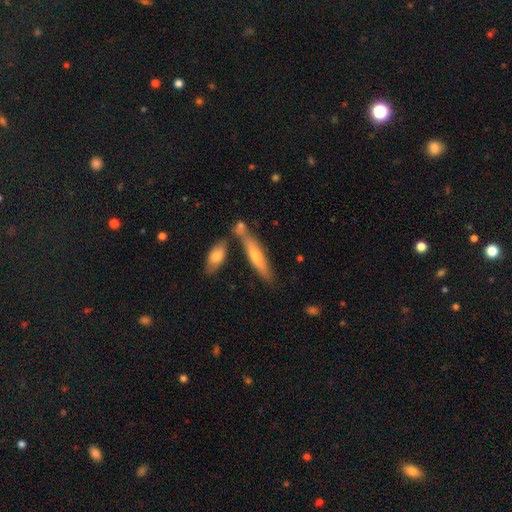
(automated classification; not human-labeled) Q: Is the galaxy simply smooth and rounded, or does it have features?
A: smooth — 47%, tied with featured or disk.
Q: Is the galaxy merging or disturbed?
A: none — 65%.